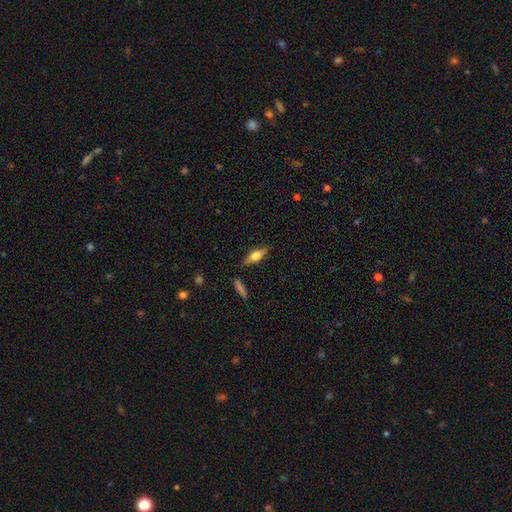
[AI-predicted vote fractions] The model was most divided on "smooth or featured": featured or disk: 51%, smooth: 42%, star or artifact: 7%. More confident: edge-on disk — yes (93%); merging — none (83%).